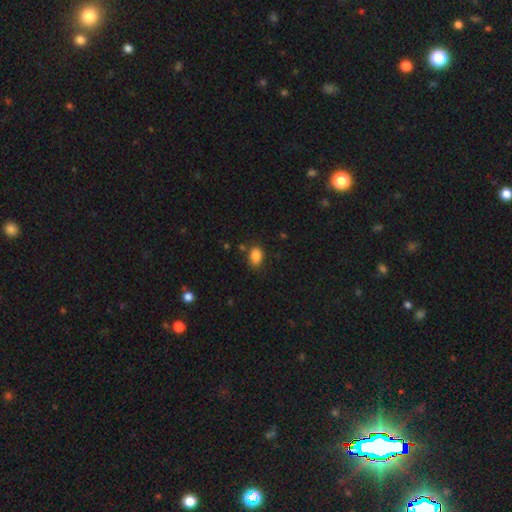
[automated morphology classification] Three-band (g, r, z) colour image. It shows a smooth galaxy with no disk features (86%) that is in between round and cigar-shaped (81%). Merging: none (78%).